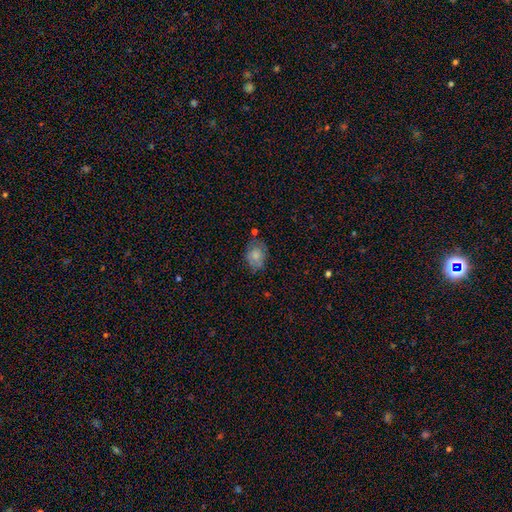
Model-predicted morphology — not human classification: Smooth or featured?
  - smooth: 73% *
  - featured or disk: 18%
  - star or artifact: 9%
How rounded?
  - in between: 67% *
  - round: 32%
  - cigar-shaped: 1%
Merging?
  - none: 59% *
  - minor disturbance: 27%
  - major disturbance: 8%
  - merger: 6%